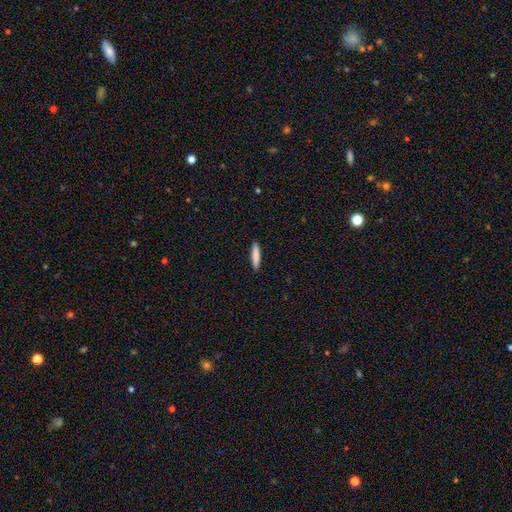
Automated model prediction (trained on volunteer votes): Morphology: type=smooth (86%); roundness=cigar-shaped (85%); merging=none (91%).